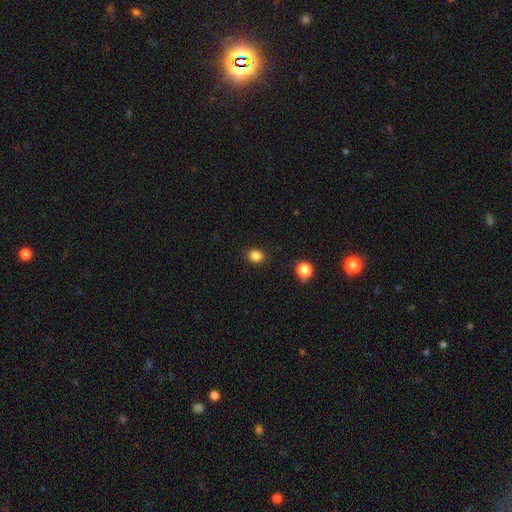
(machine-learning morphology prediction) Smooth or featured: smooth — 84% (star or artifact — 12%)
How rounded: round — 58% (in between — 41%)
Merging: none — 89% (minor disturbance — 7%)